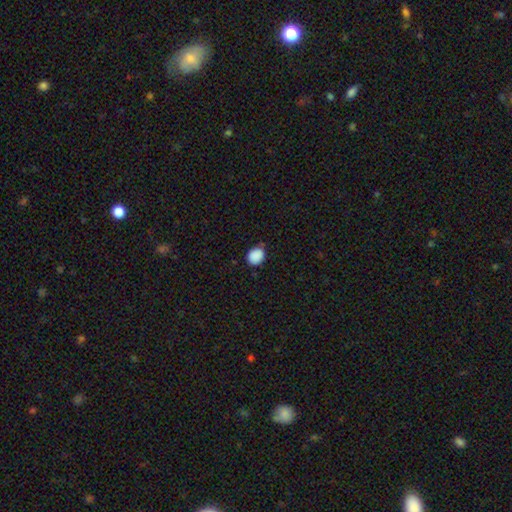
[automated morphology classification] A smooth galaxy with no disk features (88%) that is round (66%). Merging: none (74%).